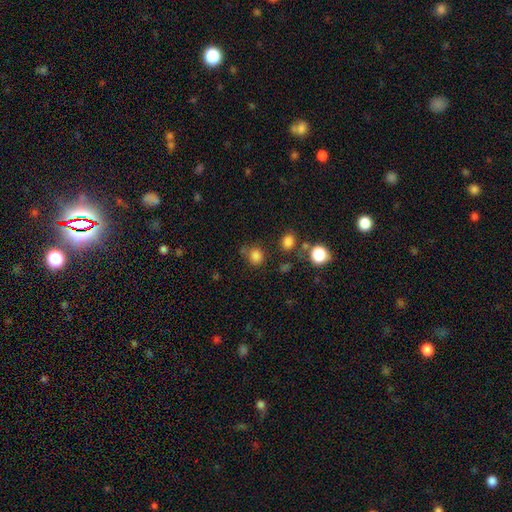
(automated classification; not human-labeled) A smooth galaxy with no disk features (81%) that is round (81%).

Vote fractions:
- Smooth or featured? smooth: 81% / star or artifact: 14% / featured or disk: 5%
- How rounded? round: 81% / in between: 18% / cigar-shaped: 1%
- Merging? none: 72% / minor disturbance: 13% / merger: 9% / major disturbance: 6%